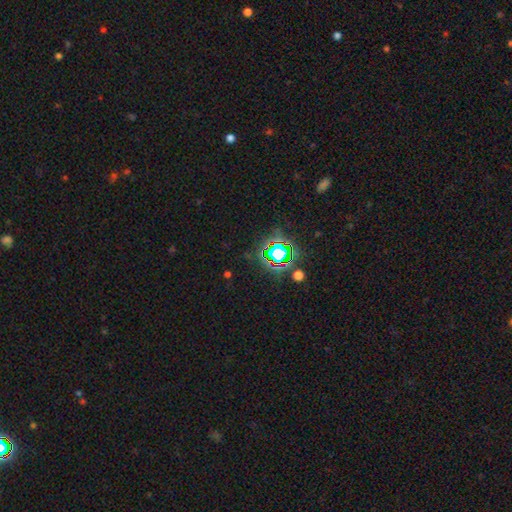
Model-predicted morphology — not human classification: Smooth or featured: star or artifact — 79% (smooth — 12%)